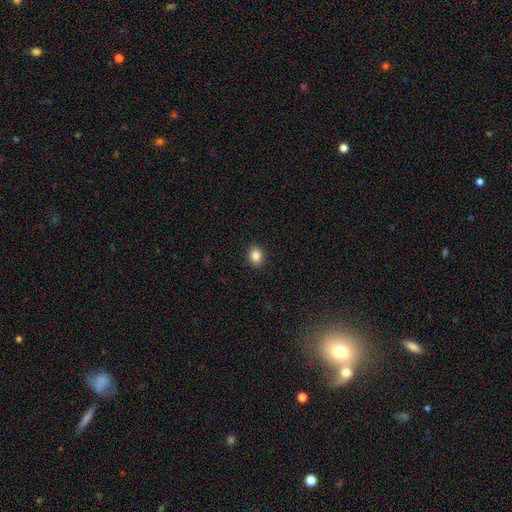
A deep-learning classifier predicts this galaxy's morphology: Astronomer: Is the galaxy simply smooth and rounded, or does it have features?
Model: smooth — 86%.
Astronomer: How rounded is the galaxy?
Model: round — 57% (runner-up: in between, 42%).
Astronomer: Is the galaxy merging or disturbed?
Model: none — 91%.